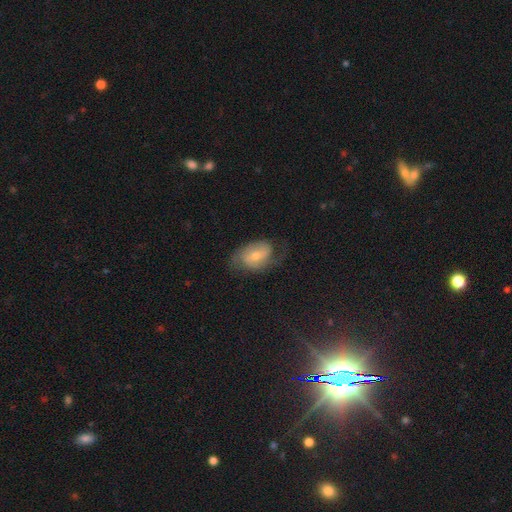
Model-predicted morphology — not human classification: smooth_or_featured: featured or disk (p=0.61) [alt: smooth p=0.32]
disk_edge_on: no (p=0.95) [alt: yes p=0.05]
bar: no (p=0.46) [alt: weak p=0.42]
has_spiral_arms: yes (p=0.85) [alt: no p=0.15]
bulge_size: moderate (p=0.54) [alt: small p=0.39]
merging: none (p=0.57) [alt: minor disturbance p=0.24]